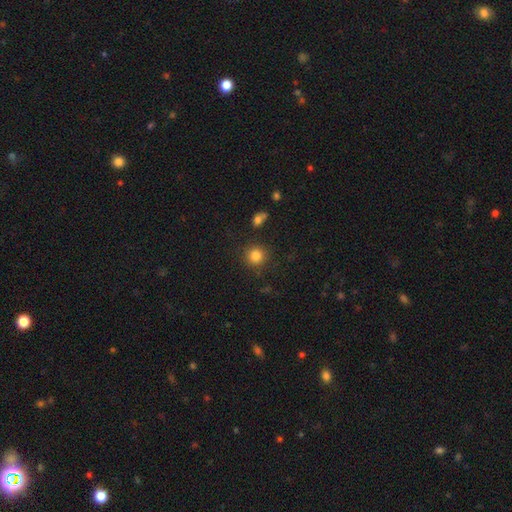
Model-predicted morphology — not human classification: A smooth galaxy with no disk features (83%) that is round (92%).

Vote fractions:
- Smooth or featured? smooth: 83% / star or artifact: 12% / featured or disk: 5%
- How rounded? round: 92% / in between: 7% / cigar-shaped: 1%
- Merging? none: 86% / minor disturbance: 8% / merger: 3% / major disturbance: 3%